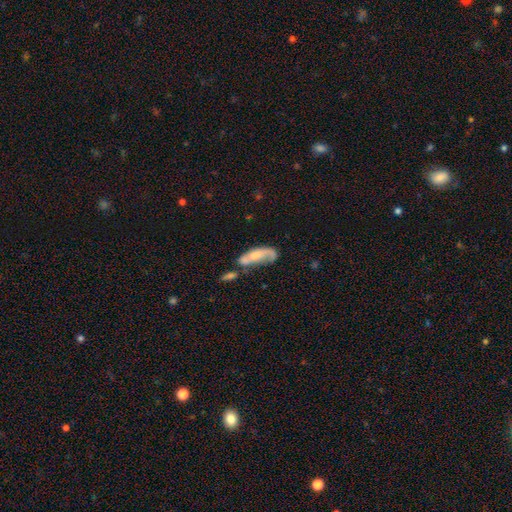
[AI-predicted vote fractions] A featured or disk galaxy (48%). Merging: merger (37%).